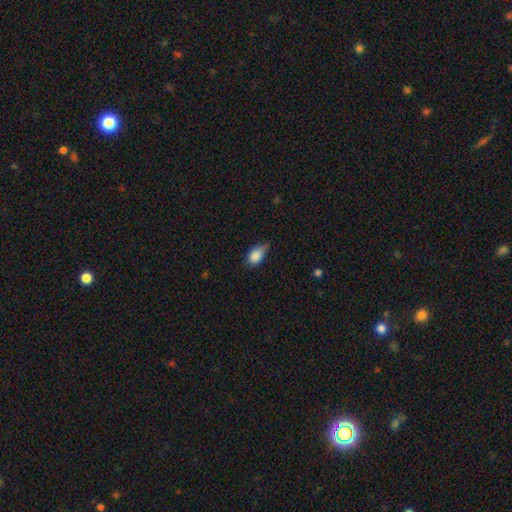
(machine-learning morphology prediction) Overall: smooth (85%). How rounded: in between (87%). Merging: none (45%; minor disturbance 43%).